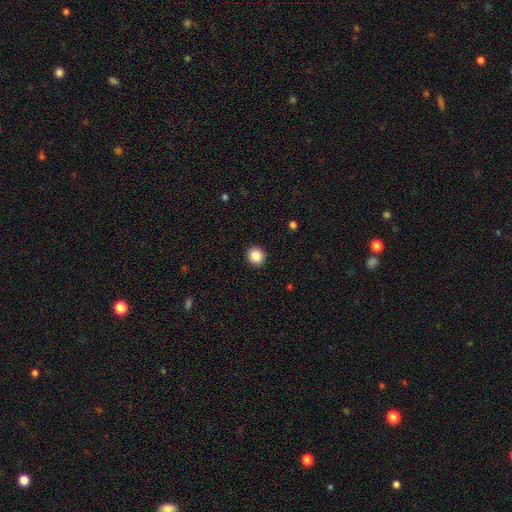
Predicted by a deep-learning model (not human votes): smooth_or_featured: smooth (p=0.87) [alt: star or artifact p=0.09]
how_rounded: round (p=0.90) [alt: in between p=0.09]
merging: none (p=0.93) [alt: minor disturbance p=0.05]